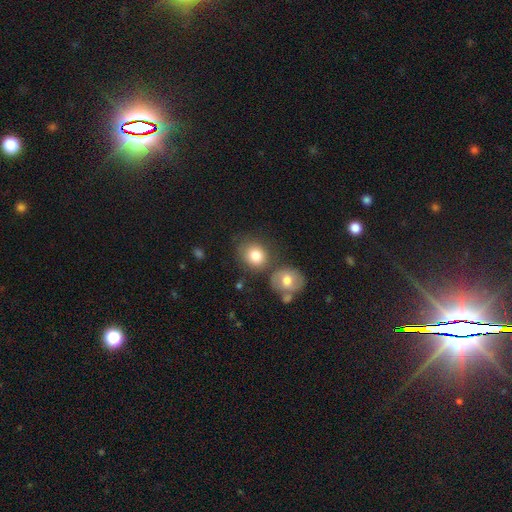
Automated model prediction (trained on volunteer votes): smooth 81%, featured or disk 11%, star or artifact 8%. Down the decision tree: how rounded — round (71%); merging — none (58%).